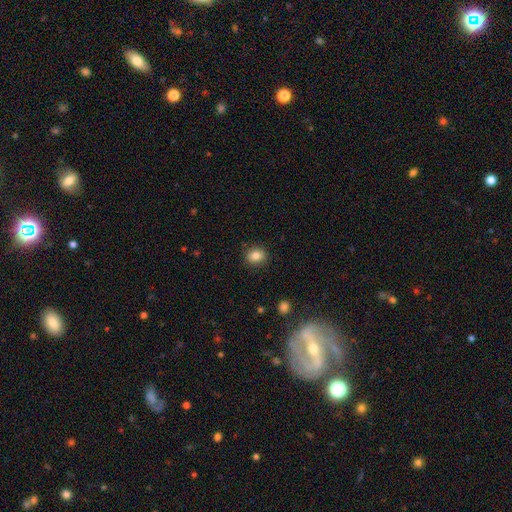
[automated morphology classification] smooth_or_featured: smooth (p=0.84) [alt: star or artifact p=0.10]
how_rounded: round (p=0.67) [alt: in between p=0.32]
merging: none (p=0.89) [alt: minor disturbance p=0.08]